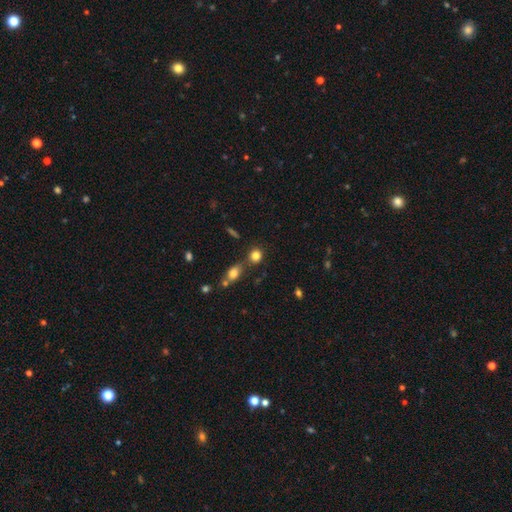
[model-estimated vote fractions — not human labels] Smooth or featured: smooth — 81% (star or artifact — 12%)
How rounded: round — 82% (in between — 16%)
Merging: none — 65% (merger — 20%)